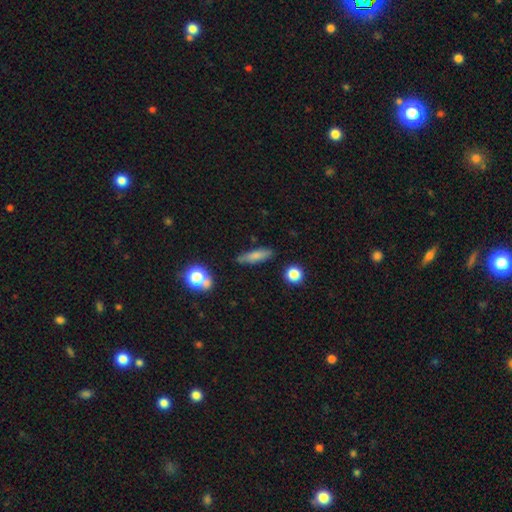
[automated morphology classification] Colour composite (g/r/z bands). It shows a smooth galaxy with no disk features (75%) that is cigar-shaped (66%). Merging: none (78%).